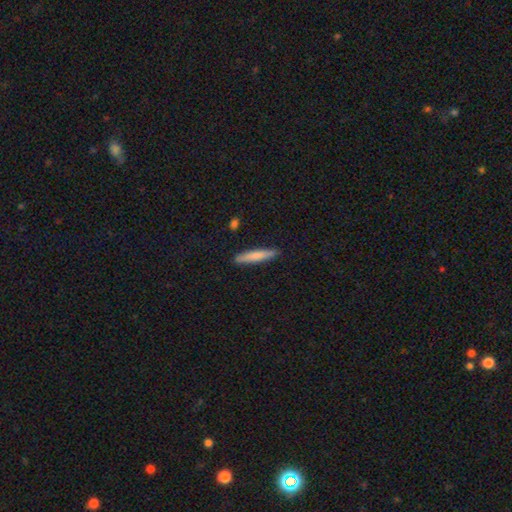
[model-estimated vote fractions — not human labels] A smooth galaxy with no disk features (76%) that is cigar-shaped (92%). Merging: none (88%).